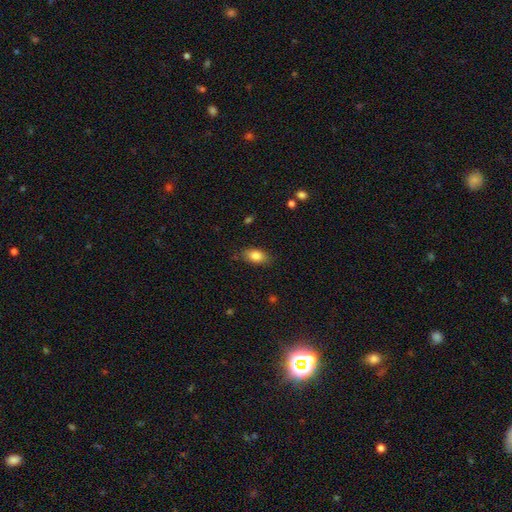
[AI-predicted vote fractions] smooth-or-featured: smooth: 83% | featured or disk: 9% | star or artifact: 8%
  how-rounded: in between: 89% | round: 7% | cigar-shaped: 4%
  merging: none: 83% | minor disturbance: 13% | major disturbance: 3% | merger: 1%